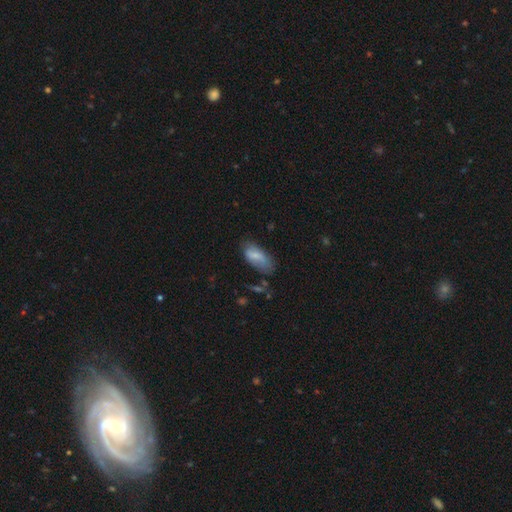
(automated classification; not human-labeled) Morphology: type=smooth (74%); roundness=in between (89%); merging=none (46%).